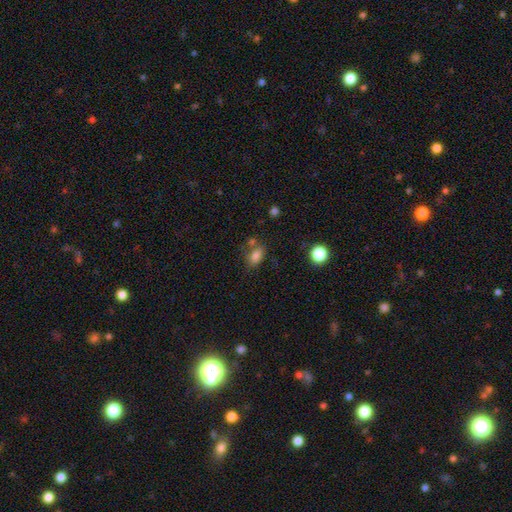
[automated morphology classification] Smooth or featured: smooth — 81% (star or artifact — 11%)
How rounded: in between — 84% (round — 13%)
Merging: none — 62% (minor disturbance — 17%)